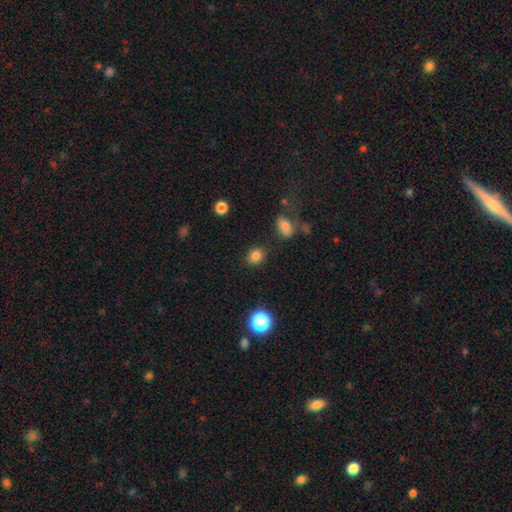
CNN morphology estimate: Smooth or featured: smooth — 83% (star or artifact — 12%)
How rounded: round — 65% (in between — 34%)
Merging: none — 85% (minor disturbance — 9%)